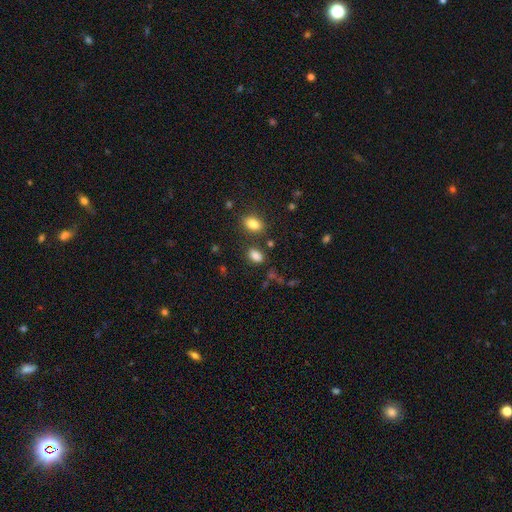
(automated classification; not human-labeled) Smooth or featured?
  - smooth: 84% *
  - star or artifact: 12%
  - featured or disk: 5%
How rounded?
  - in between: 85% *
  - round: 13%
  - cigar-shaped: 2%
Merging?
  - none: 75% *
  - minor disturbance: 12%
  - merger: 9%
  - major disturbance: 4%